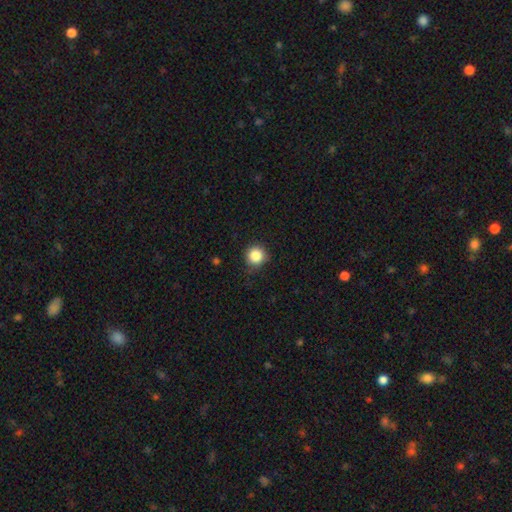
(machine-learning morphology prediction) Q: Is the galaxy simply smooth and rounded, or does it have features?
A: smooth — 86%.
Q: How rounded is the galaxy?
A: round — 94%.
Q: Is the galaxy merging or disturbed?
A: none — 84%.